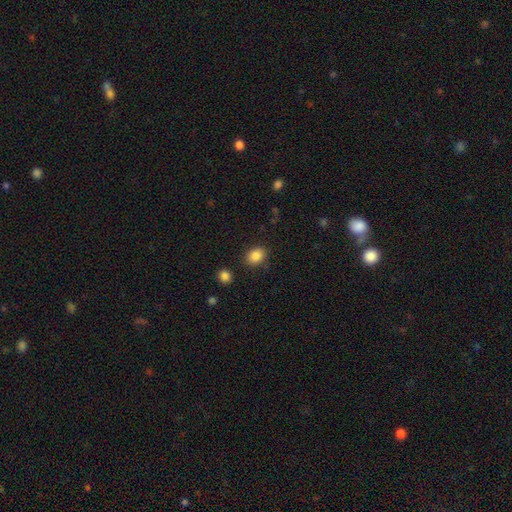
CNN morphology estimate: This appears to be a smooth galaxy with no disk features (87%) that is in between round and cigar-shaped (58%). Merging: none (83%).